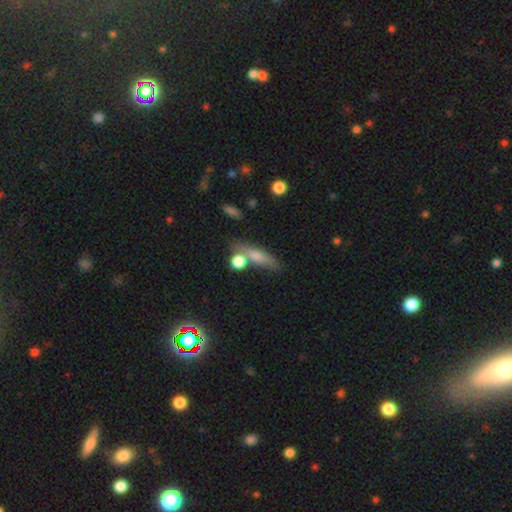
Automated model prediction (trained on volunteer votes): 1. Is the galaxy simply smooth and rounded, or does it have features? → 57% smooth, 29% featured or disk, 14% star or artifact.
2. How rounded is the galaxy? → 61% cigar-shaped, 29% in between, 9% round.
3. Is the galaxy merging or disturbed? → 63% none, 17% merger, 15% minor disturbance, 6% major disturbance.